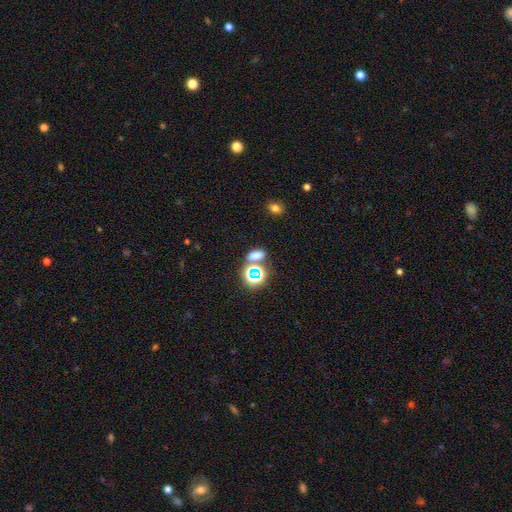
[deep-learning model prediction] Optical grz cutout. It shows a smooth galaxy with no disk features (60%) that is in between round and cigar-shaped (70%). Merging: none (64%).